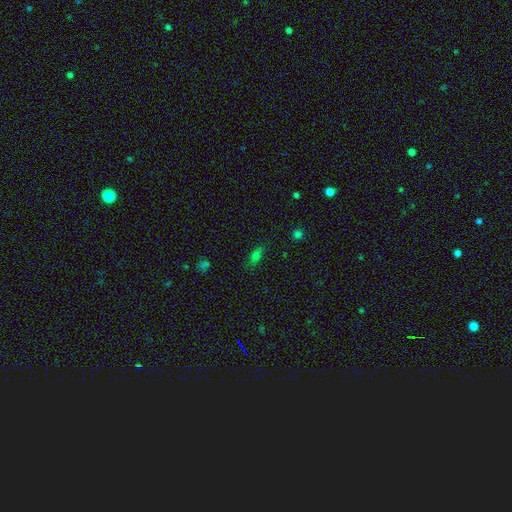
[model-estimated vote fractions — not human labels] Q: Smooth or featured?
A: smooth (64%); runner-up: star or artifact (25%)
Q: How rounded?
A: in between (76%); runner-up: cigar-shaped (14%)
Q: Merging?
A: none (72%); runner-up: minor disturbance (19%)